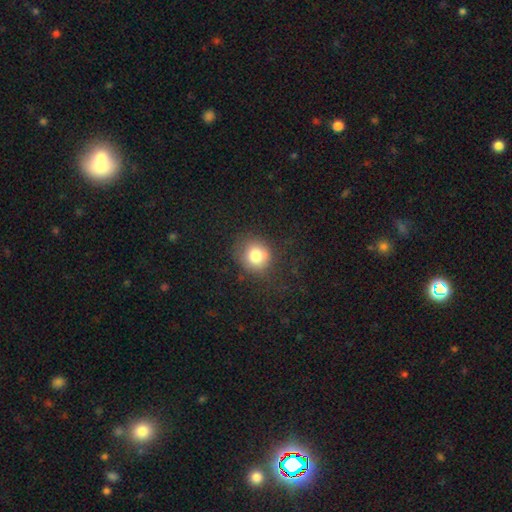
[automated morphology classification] This is clearly a smooth galaxy (80%). How rounded: clearly round (83%). Merging: likely none (73%).